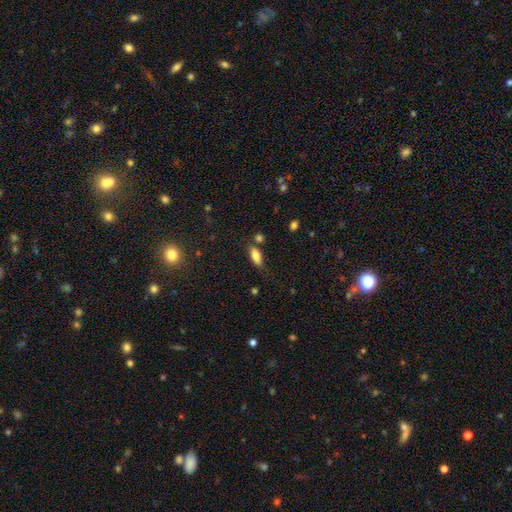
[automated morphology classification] Smooth or featured?
  - smooth: 80% *
  - featured or disk: 12%
  - star or artifact: 9%
How rounded?
  - in between: 78% *
  - cigar-shaped: 19%
  - round: 3%
Merging?
  - none: 66% *
  - minor disturbance: 20%
  - merger: 8%
  - major disturbance: 6%